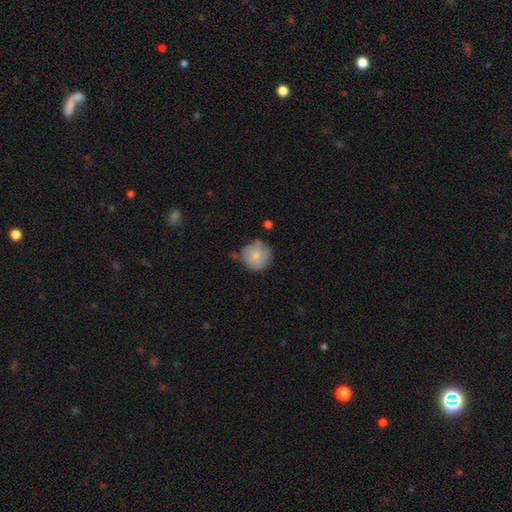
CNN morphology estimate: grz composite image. It shows a smooth galaxy with no disk features (74%) that is round (93%). Merging: none (64%).